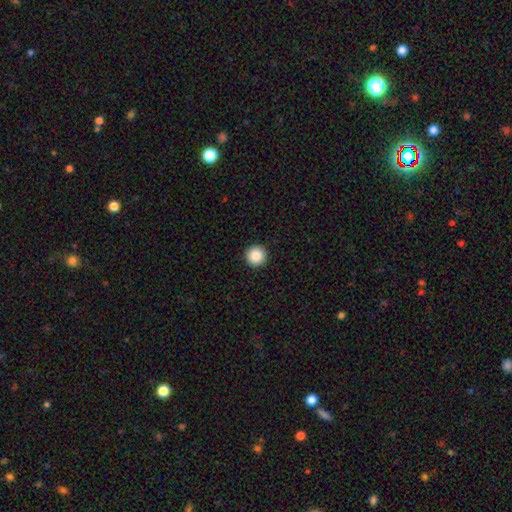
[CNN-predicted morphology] A smooth galaxy with no disk features (87%) that is round (97%). Merging: none (94%).